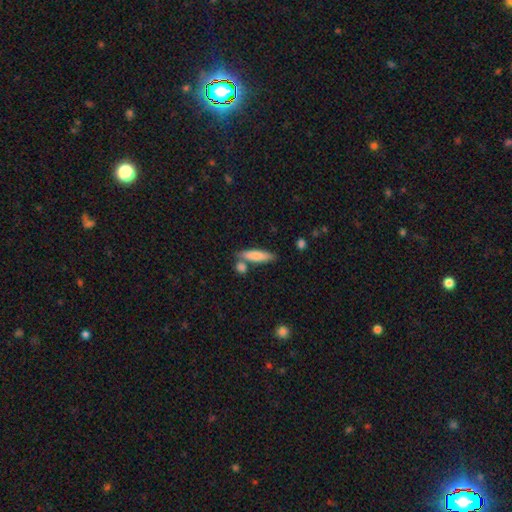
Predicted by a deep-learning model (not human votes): Smooth or featured: smooth — 80% (featured or disk — 14%)
How rounded: cigar-shaped — 66% (in between — 31%)
Merging: none — 67% (merger — 17%)